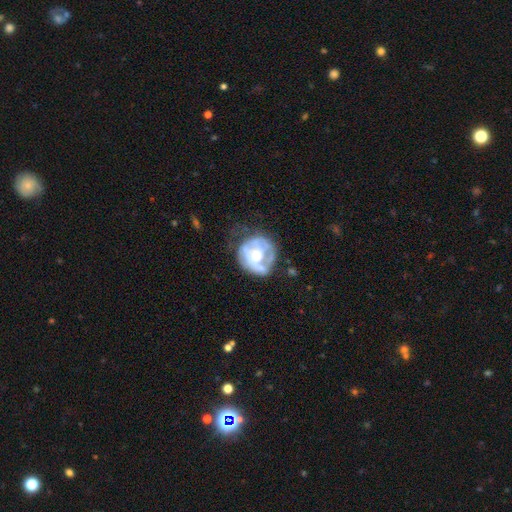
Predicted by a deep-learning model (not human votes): A featured or disk galaxy (63%) with no bar (80%), no spiral arms (59%) and a moderate central bulge (58%).

Vote fractions:
- Smooth or featured? featured or disk: 63% / smooth: 30% / star or artifact: 7%
- Edge-on disk? no: 97% / yes: 3%
- Bar? no: 80% / weak: 16% / strong: 4%
- Spiral arms? no: 59% / yes: 41%
- Bulge size? moderate: 58% / large: 23% / small: 13% / none: 3% / dominant: 2%
- Merging? none: 46% / minor disturbance: 27% / major disturbance: 22% / merger: 5%